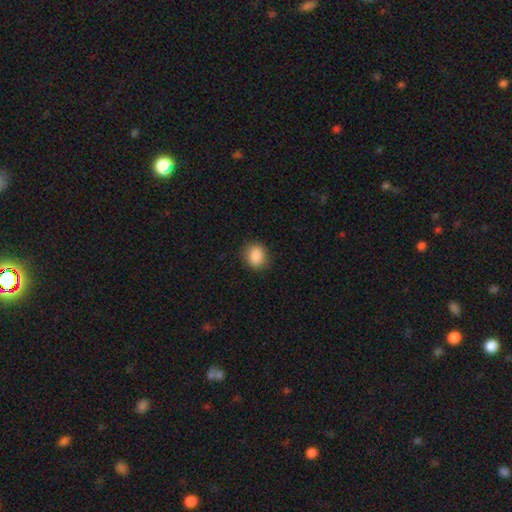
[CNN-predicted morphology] smooth-or-featured: smooth: 87% | star or artifact: 9% | featured or disk: 4%
  how-rounded: round: 71% | in between: 28% | cigar-shaped: 1%
  merging: none: 87% | minor disturbance: 9% | major disturbance: 3% | merger: 1%